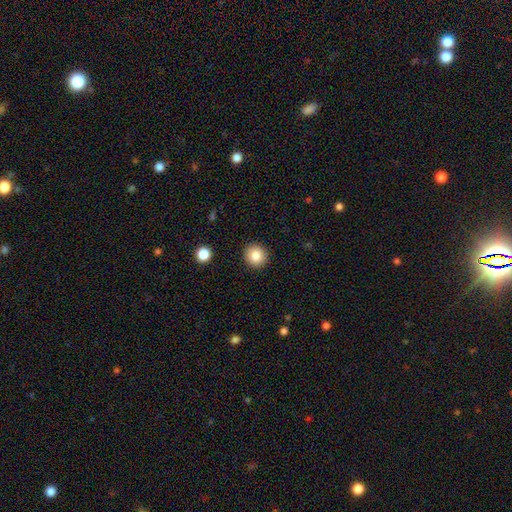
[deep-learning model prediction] Smooth or featured? Predicted: smooth (p=0.84). How rounded? Predicted: round (p=0.91). Merging? Predicted: none (p=0.92).